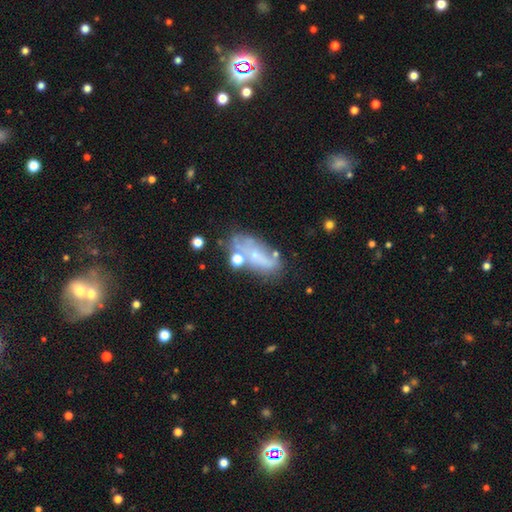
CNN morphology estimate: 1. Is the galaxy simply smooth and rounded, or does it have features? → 44% smooth, 42% featured or disk, 14% star or artifact.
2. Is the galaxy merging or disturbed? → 42% none, 26% minor disturbance, 18% major disturbance, 13% merger.